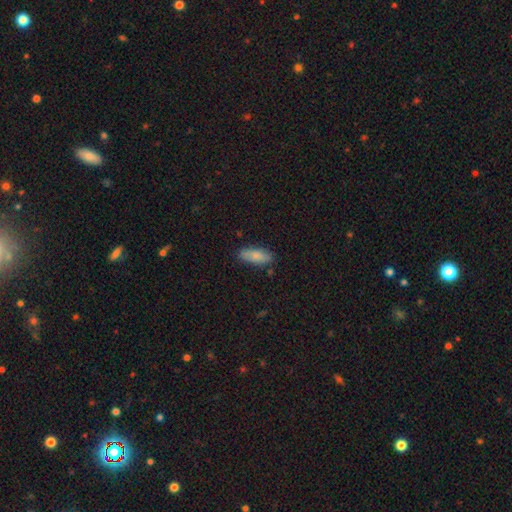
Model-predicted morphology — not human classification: Smooth or featured? Predicted: smooth (p=0.80). How rounded? Predicted: in between (p=0.77). Merging? Predicted: none (p=0.79).